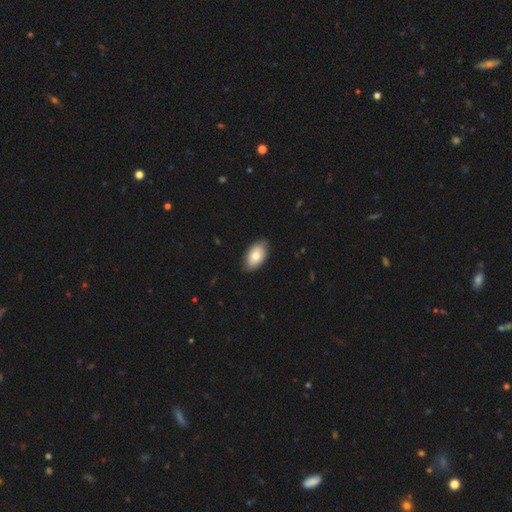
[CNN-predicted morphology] Q: Smooth or featured?
A: smooth (74%); runner-up: featured or disk (19%)
Q: How rounded?
A: in between (93%); runner-up: round (6%)
Q: Merging?
A: none (82%); runner-up: minor disturbance (15%)